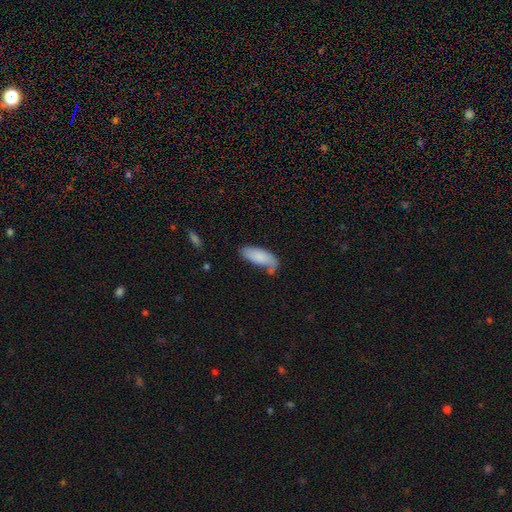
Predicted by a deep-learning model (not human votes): This is likely a smooth galaxy (80%). How rounded: likely in between (77%). Merging: possibly none (56%).